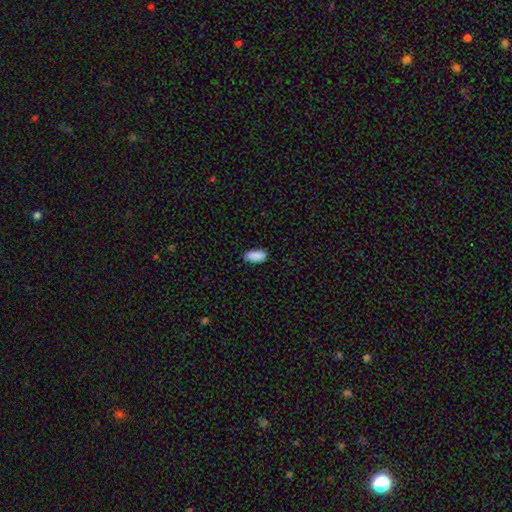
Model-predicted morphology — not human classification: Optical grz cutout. It shows a smooth galaxy with no disk features (90%) that is in between round and cigar-shaped (86%). Merging: none (87%).